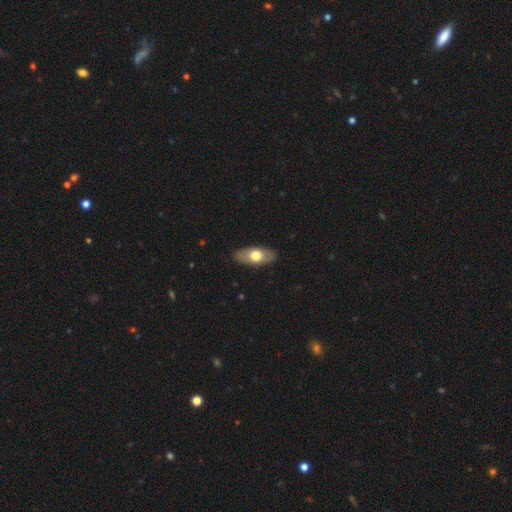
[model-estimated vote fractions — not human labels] Q: Smooth or featured?
A: smooth (62%); runner-up: featured or disk (33%)
Q: How rounded?
A: in between (85%); runner-up: cigar-shaped (11%)
Q: Merging?
A: none (88%); runner-up: minor disturbance (9%)